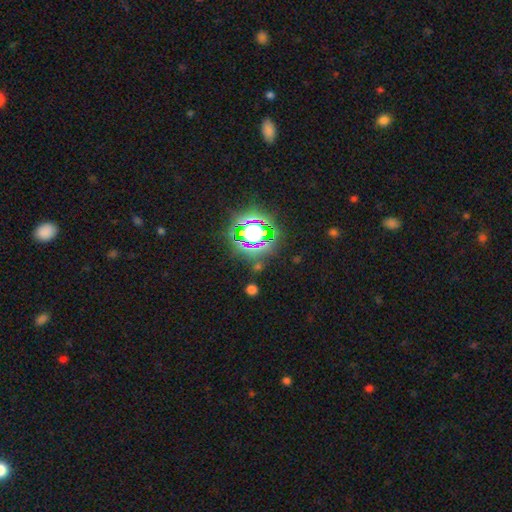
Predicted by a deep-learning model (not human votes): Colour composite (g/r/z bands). It shows a star or artifact, not a galaxy (79%).